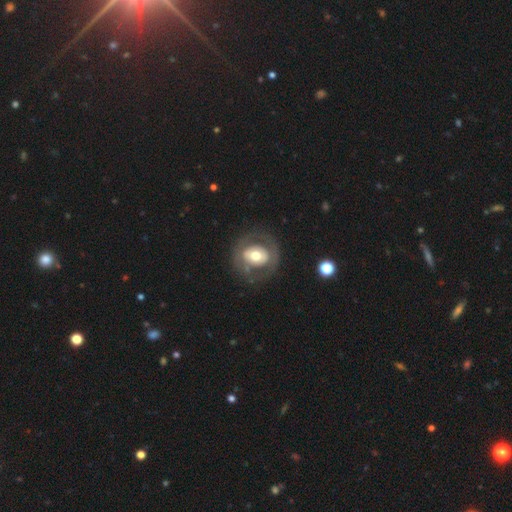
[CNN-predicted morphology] A featured or disk galaxy (50%).

Vote fractions:
- Smooth or featured? featured or disk: 50% / smooth: 44% / star or artifact: 6%
- Merging? none: 77% / minor disturbance: 12% / major disturbance: 9% / merger: 1%